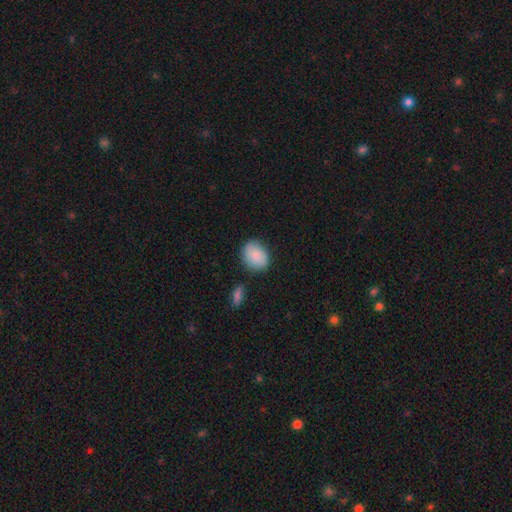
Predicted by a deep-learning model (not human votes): A smooth galaxy with no disk features (87%) that is in between round and cigar-shaped (52%).

Vote fractions:
- Smooth or featured? smooth: 87% / featured or disk: 7% / star or artifact: 6%
- How rounded? in between: 52% / round: 46% / cigar-shaped: 1%
- Merging? none: 78% / minor disturbance: 15% / merger: 4% / major disturbance: 3%